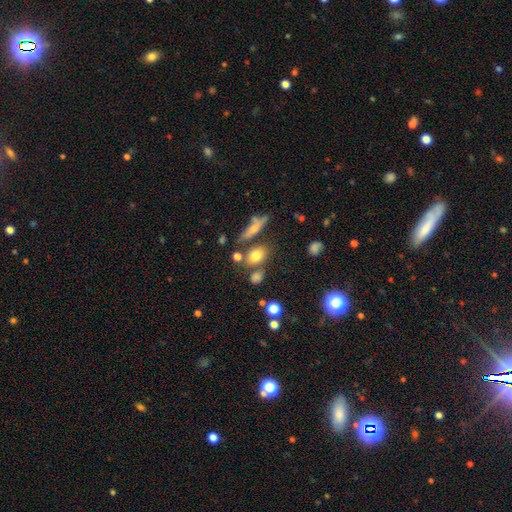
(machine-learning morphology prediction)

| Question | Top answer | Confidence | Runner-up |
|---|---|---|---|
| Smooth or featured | smooth | 74% | featured or disk (13%) |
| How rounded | in between | 59% | round (34%) |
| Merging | none | 64% | merger (17%) |